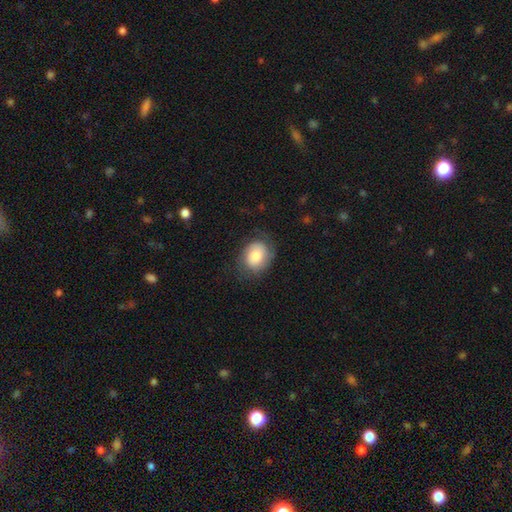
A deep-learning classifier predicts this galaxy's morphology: smooth-or-featured: smooth: 69% | featured or disk: 23% | star or artifact: 8%
  how-rounded: round: 53% | in between: 46% | cigar-shaped: 1%
  merging: none: 66% | minor disturbance: 22% | major disturbance: 11% | merger: 1%